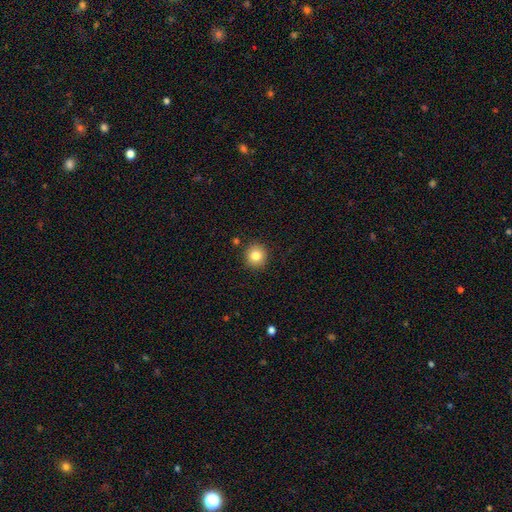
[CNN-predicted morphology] A smooth galaxy with no disk features (82%) that is round (93%).

Vote fractions:
- Smooth or featured? smooth: 82% / star or artifact: 11% / featured or disk: 8%
- How rounded? round: 93% / in between: 6% / cigar-shaped: 1%
- Merging? none: 90% / minor disturbance: 6% / merger: 2% / major disturbance: 2%